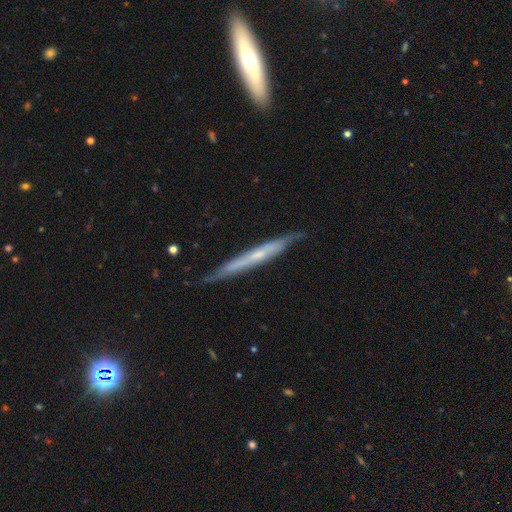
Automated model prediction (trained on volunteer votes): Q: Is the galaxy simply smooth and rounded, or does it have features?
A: featured or disk — 65%.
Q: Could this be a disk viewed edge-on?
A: yes — 92%.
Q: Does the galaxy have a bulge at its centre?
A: none — 62%.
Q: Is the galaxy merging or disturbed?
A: none — 80%.